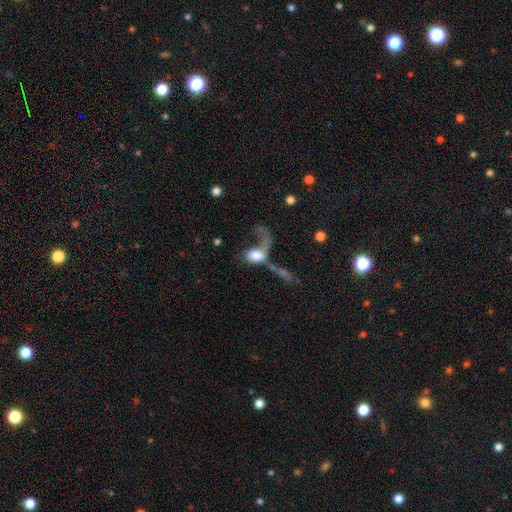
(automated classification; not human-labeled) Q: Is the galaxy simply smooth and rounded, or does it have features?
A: smooth — 52%.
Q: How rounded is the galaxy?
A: in between — 72%.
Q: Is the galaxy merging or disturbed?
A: major disturbance — 49%.